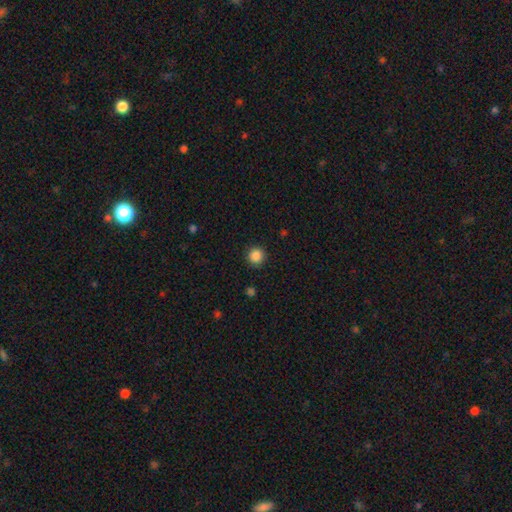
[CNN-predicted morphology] This appears to be a smooth galaxy with no disk features (86%) that is round (95%). Merging: none (91%).